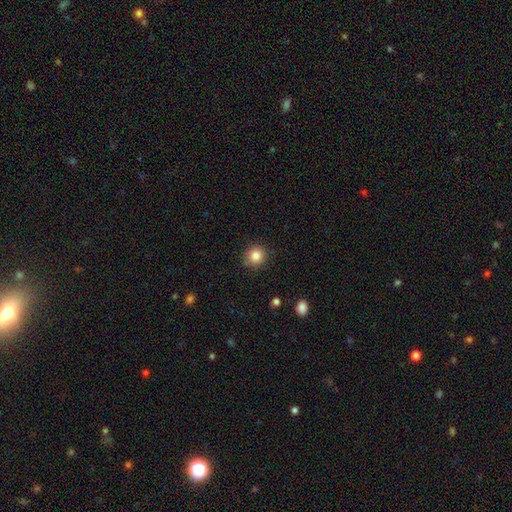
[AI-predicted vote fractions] Morphology: type=smooth (84%); roundness=round (91%); merging=none (87%).